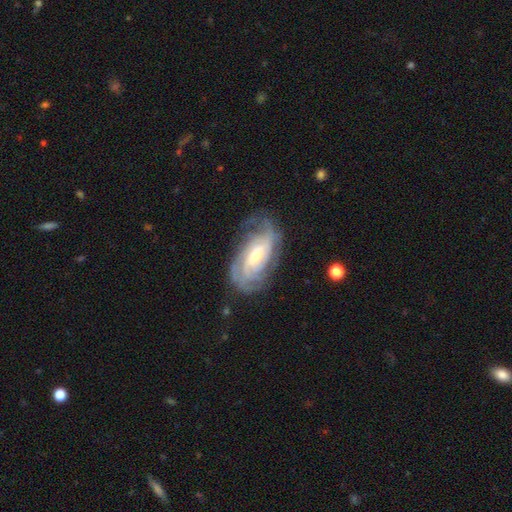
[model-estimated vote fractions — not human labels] smooth-or-featured: featured or disk: 86% | smooth: 8% | star or artifact: 5%
  disk-edge-on: no: 95% | yes: 5%
    bar: no: 47% | weak: 39% | strong: 14%
    has-spiral-arms: yes: 96% | no: 4%
      spiral-winding: tight: 65% | medium: 28% | loose: 7%
      spiral-arm-count: can't tell: 33% | 2: 21% | 3: 19% | 4: 15% | more than 4: 6% | 1: 5%
    bulge-size: small: 54% | moderate: 40% | large: 3% | none: 1% | dominant: 1%
  merging: none: 72% | minor disturbance: 19% | major disturbance: 8% | merger: 1%